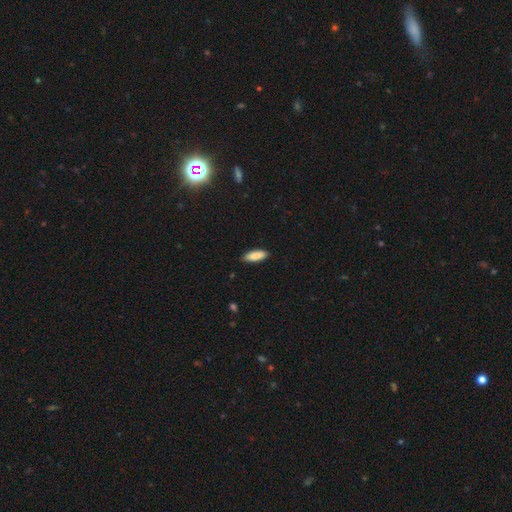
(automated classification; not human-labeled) smooth_or_featured: smooth (p=0.89) [alt: star or artifact p=0.06]
how_rounded: in between (p=0.64) [alt: cigar-shaped p=0.34]
merging: none (p=0.87) [alt: minor disturbance p=0.10]